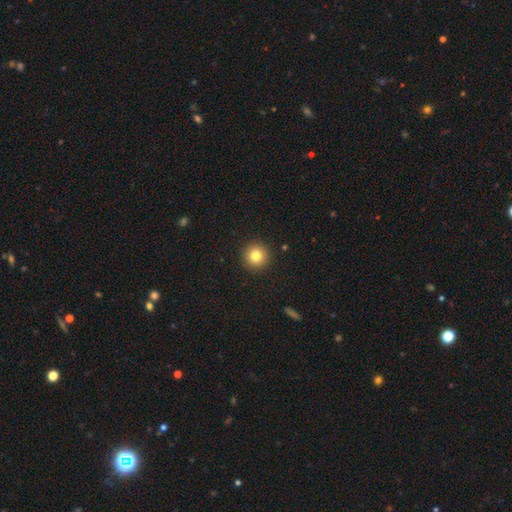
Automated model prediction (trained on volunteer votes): smooth 81%, star or artifact 11%, featured or disk 8%. Down the decision tree: how rounded — round (96%); merging — none (93%).